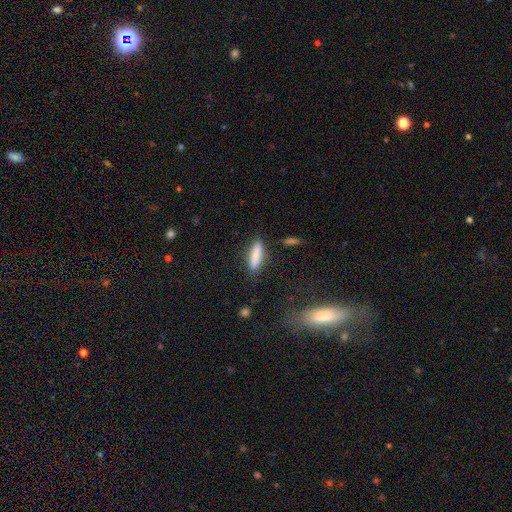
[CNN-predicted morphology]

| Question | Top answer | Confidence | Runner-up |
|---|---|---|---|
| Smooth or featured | smooth | 83% | featured or disk (10%) |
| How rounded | cigar-shaped | 69% | in between (29%) |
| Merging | none | 84% | minor disturbance (11%) |